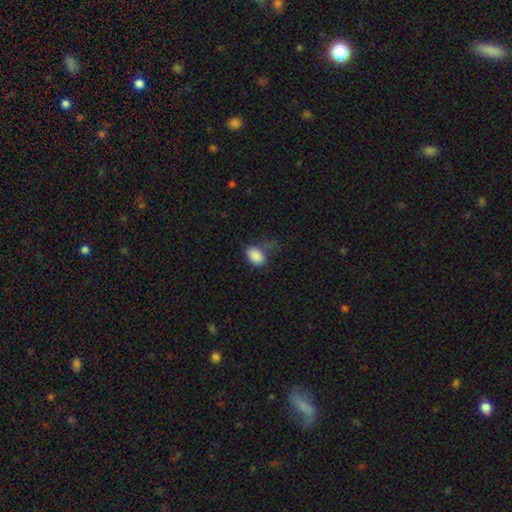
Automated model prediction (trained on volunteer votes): Smooth or featured? Predicted: smooth (p=0.87). How rounded? Predicted: in between (p=0.88). Merging? Predicted: none (p=0.56).